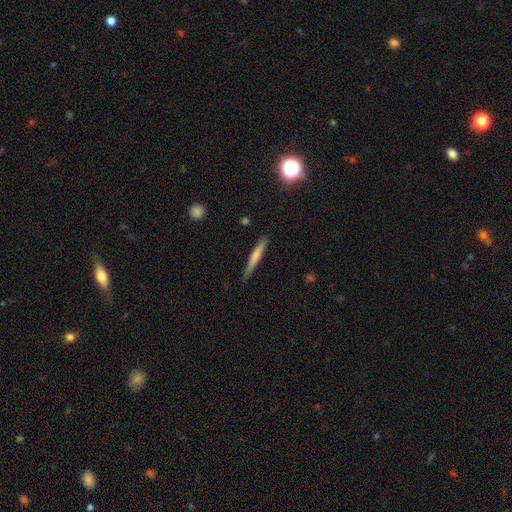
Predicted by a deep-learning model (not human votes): Smooth or featured? smooth (61%)
How rounded? cigar-shaped (95%)
Merging? none (86%)